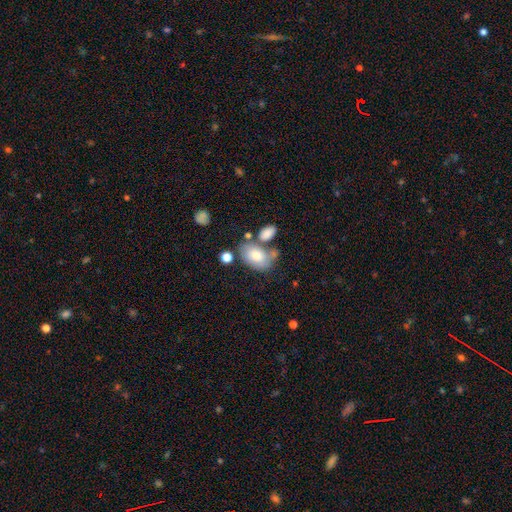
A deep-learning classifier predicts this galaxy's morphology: Smooth or featured?
  - smooth: 73% *
  - featured or disk: 19%
  - star or artifact: 8%
How rounded?
  - in between: 87% *
  - round: 12%
  - cigar-shaped: 1%
Merging?
  - none: 45% *
  - merger: 28%
  - minor disturbance: 18%
  - major disturbance: 9%